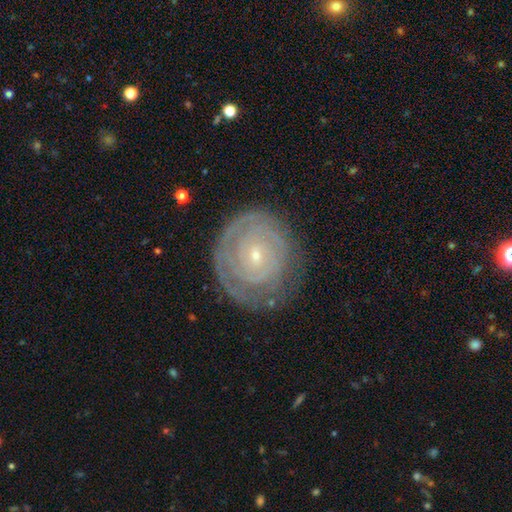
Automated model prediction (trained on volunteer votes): Morphology: type=featured or disk (75%); edge-on=no (97%); bar=no (80%); spiral arms=yes (79%); winding=tight (85%); arm count=can't tell (49%); bulge=small (81%); merging=none (77%).